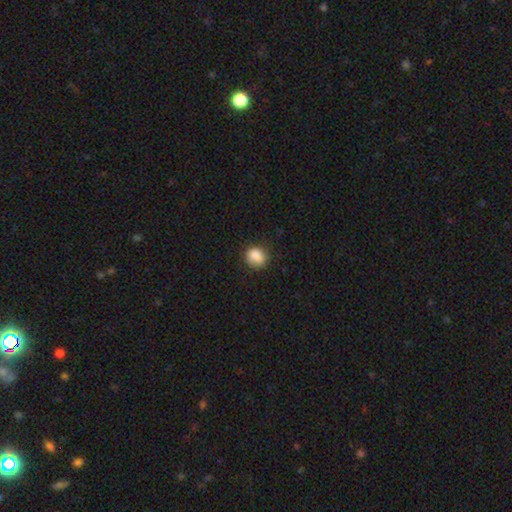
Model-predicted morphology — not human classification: Smooth or featured? Predicted: smooth (p=0.87). How rounded? Predicted: round (p=0.72). Merging? Predicted: none (p=0.80).